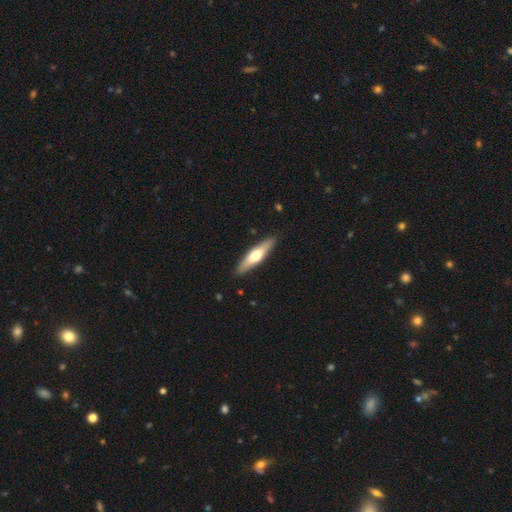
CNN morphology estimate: This is possibly a featured or disk galaxy (50%). It is clearly viewed edge-on (90%). Merging: clearly none (89%).